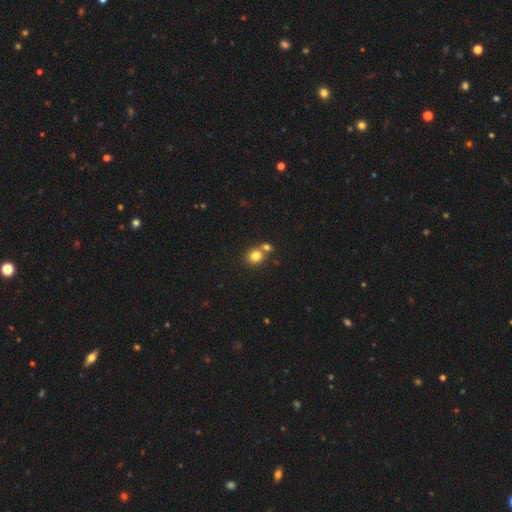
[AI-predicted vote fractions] Overall: smooth (80%). How rounded: round (84%). Merging: none (58%; merger 32%).